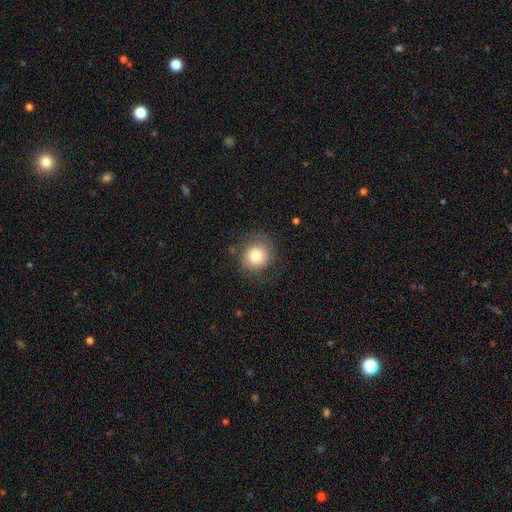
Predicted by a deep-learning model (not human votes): This is possibly a smooth galaxy (59%). How rounded: clearly round (84%). Merging: likely none (67%).